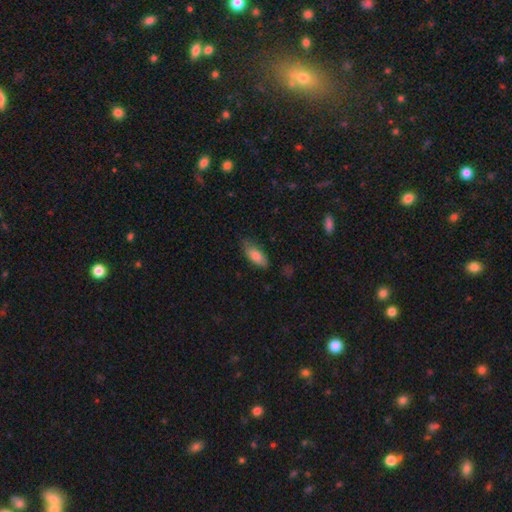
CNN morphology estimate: A smooth galaxy with no disk features (83%) that is in between round and cigar-shaped (81%).

Vote fractions:
- Smooth or featured? smooth: 83% / featured or disk: 10% / star or artifact: 7%
- How rounded? in between: 81% / cigar-shaped: 17% / round: 2%
- Merging? none: 68% / minor disturbance: 25% / major disturbance: 6% / merger: 2%